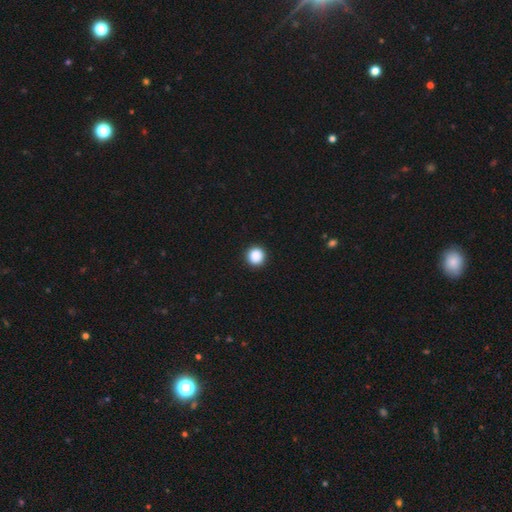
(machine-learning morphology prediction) smooth 88%, star or artifact 10%, featured or disk 3%. Down the decision tree: how rounded — round (94%); merging — none (92%).